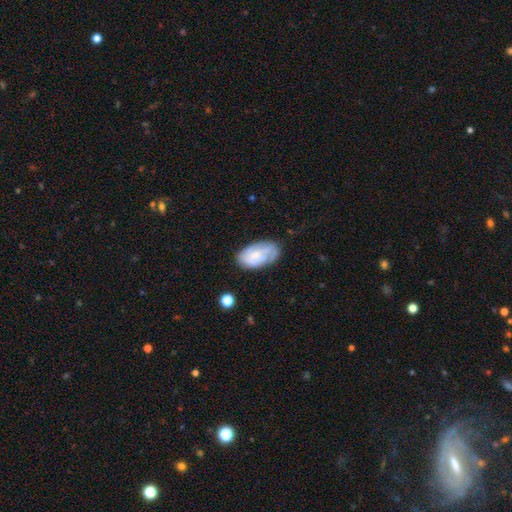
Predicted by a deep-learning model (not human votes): A smooth galaxy with no disk features (53%) that is in between round and cigar-shaped (94%).

Vote fractions:
- Smooth or featured? smooth: 53% / featured or disk: 40% / star or artifact: 7%
- How rounded? in between: 94% / round: 4% / cigar-shaped: 2%
- Merging? none: 69% / minor disturbance: 23% / major disturbance: 6% / merger: 2%